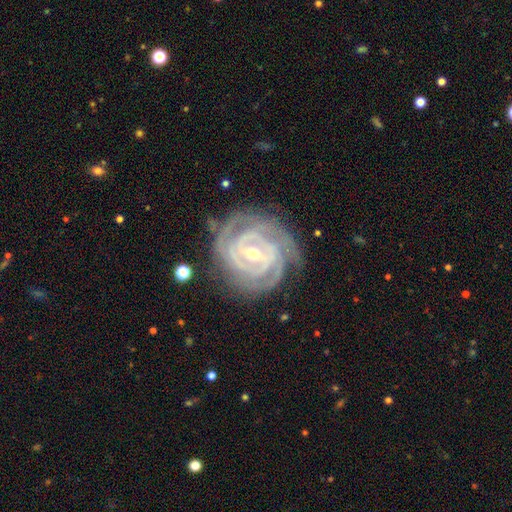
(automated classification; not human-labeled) Overall: featured or disk (91%). Edge-on disk: no (97%). Bar: strong (42%; weak 40%). Spiral arms: yes (98%). Spiral arm count: 3 (27%; 2 25%). Spiral winding: tight (84%). Bulge size: small (51%; moderate 46%). Merging: none (79%).